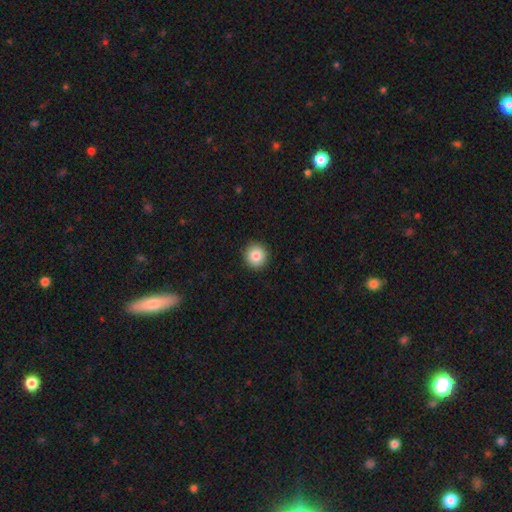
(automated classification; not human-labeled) The model was most divided on "smooth or featured": smooth: 85%, star or artifact: 9%, featured or disk: 6%. More confident: how rounded — round (95%); merging — none (93%).